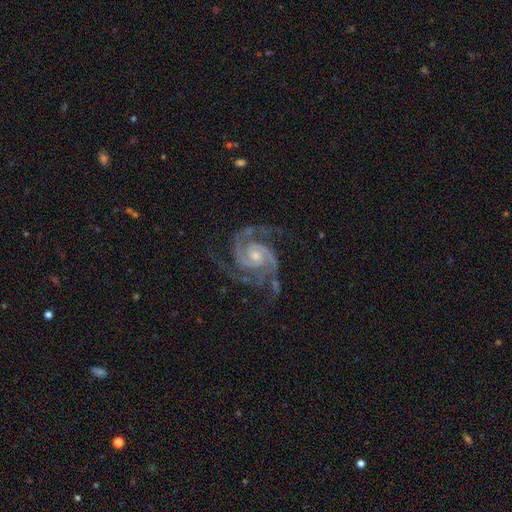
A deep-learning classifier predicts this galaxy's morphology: Smooth or featured?
  - featured or disk: 94% *
  - star or artifact: 4%
  - smooth: 2%
Edge-on disk?
  - no: 98% *
  - yes: 2%
Bar?
  - no: 62% *
  - weak: 30%
  - strong: 8%
Spiral arms?
  - yes: 99% *
  - no: 1%
Spiral winding?
  - tight: 53% *
  - medium: 42%
  - loose: 5%
Spiral arm count?
  - 2: 62% *
  - 3: 24%
  - 4: 4%
  - can't tell: 4%
  - 1: 3%
  - more than 4: 3%
Bulge size?
  - small: 47% *
  - moderate: 46%
  - none: 4%
  - large: 2%
  - dominant: 1%
Merging?
  - none: 71% *
  - minor disturbance: 18%
  - major disturbance: 10%
  - merger: 2%